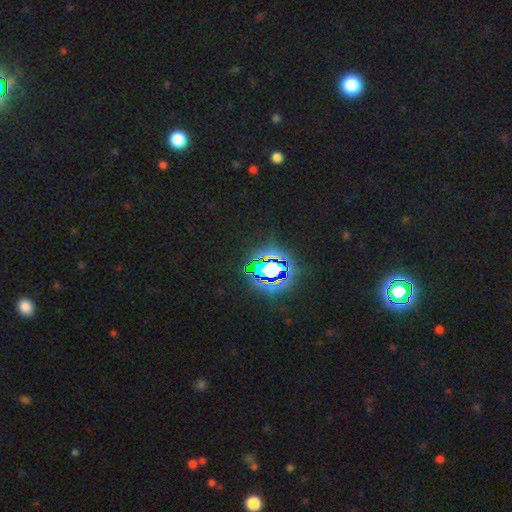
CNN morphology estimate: The model was most divided on "smooth or featured": star or artifact: 82%, smooth: 12%, featured or disk: 7%.